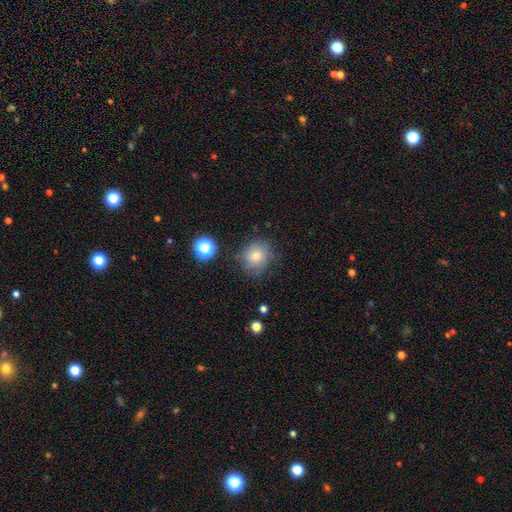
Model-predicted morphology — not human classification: The model was most divided on "smooth or featured": smooth: 71%, featured or disk: 15%, star or artifact: 14%. More confident: how rounded — round (81%); merging — none (77%).